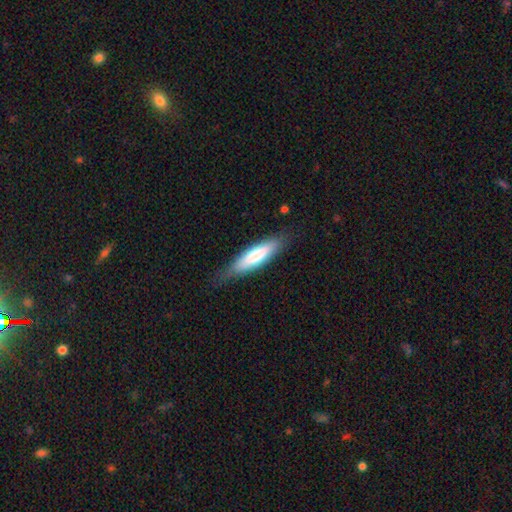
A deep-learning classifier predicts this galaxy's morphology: type=smooth (71%); roundness=cigar-shaped (64%); merging=none (75%).